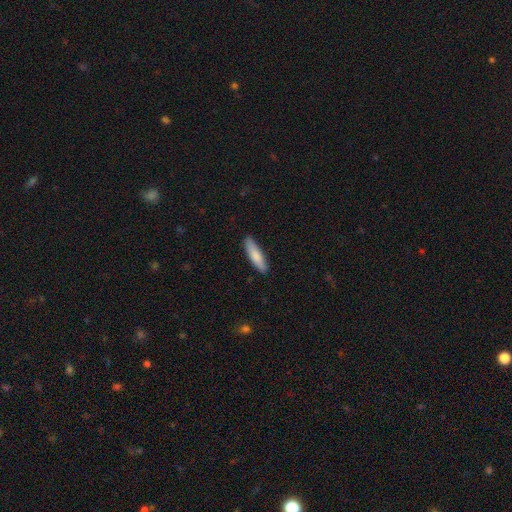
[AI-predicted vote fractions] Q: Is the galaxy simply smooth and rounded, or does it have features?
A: smooth — 82%.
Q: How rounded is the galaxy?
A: cigar-shaped — 72%.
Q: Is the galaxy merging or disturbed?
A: none — 89%.